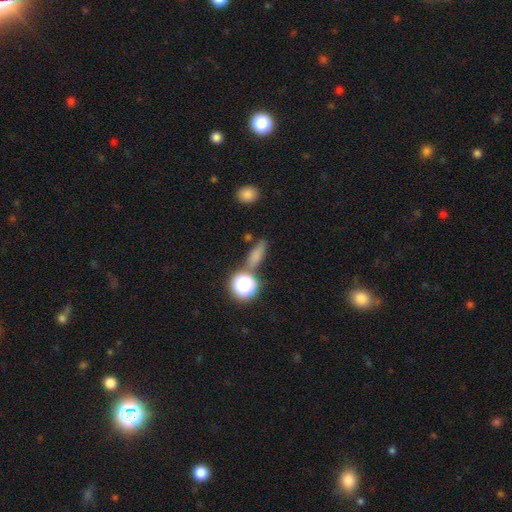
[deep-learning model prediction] The model was most divided on "how rounded": in between: 47%, cigar-shaped: 34%, round: 19%. More confident: smooth or featured — smooth (72%); merging — none (70%).